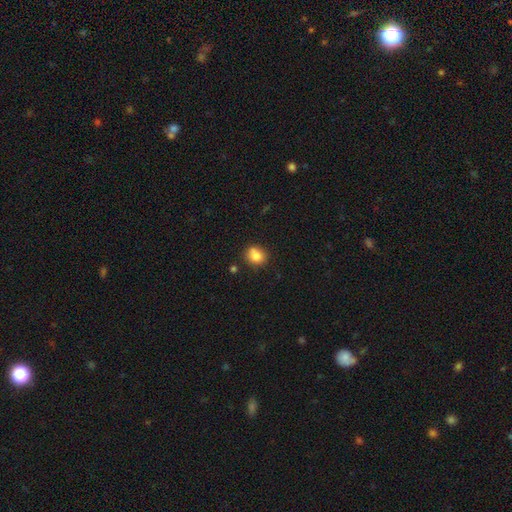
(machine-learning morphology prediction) The model was most divided on "how rounded": round: 74%, in between: 25%, cigar-shaped: 1%. More confident: smooth or featured — smooth (81%); merging — none (66%).